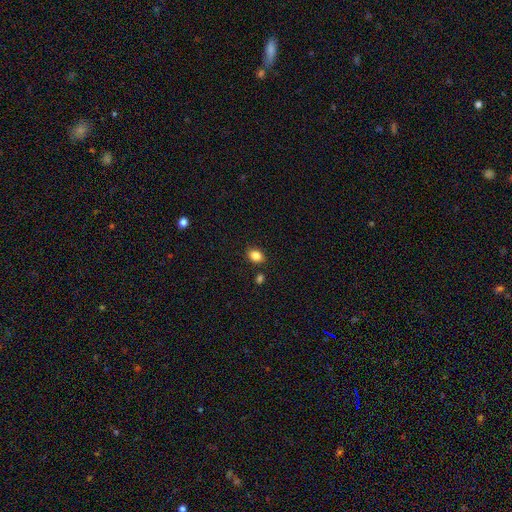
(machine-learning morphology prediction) The model was most divided on "how rounded": in between: 67%, round: 32%, cigar-shaped: 1%. More confident: smooth or featured — smooth (85%); merging — none (84%).